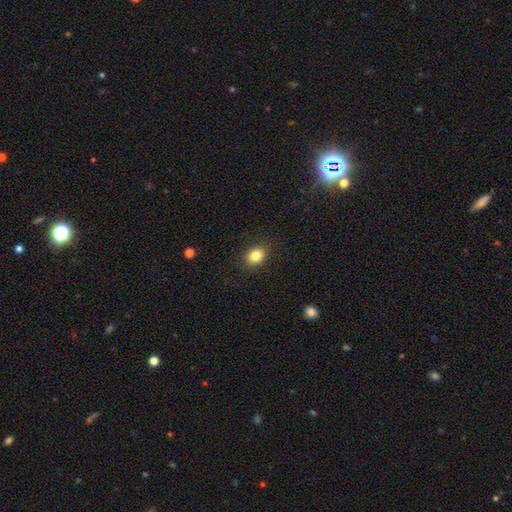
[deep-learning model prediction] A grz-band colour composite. It shows a smooth galaxy with no disk features (83%) that is in between round and cigar-shaped (54%). Merging: none (88%).